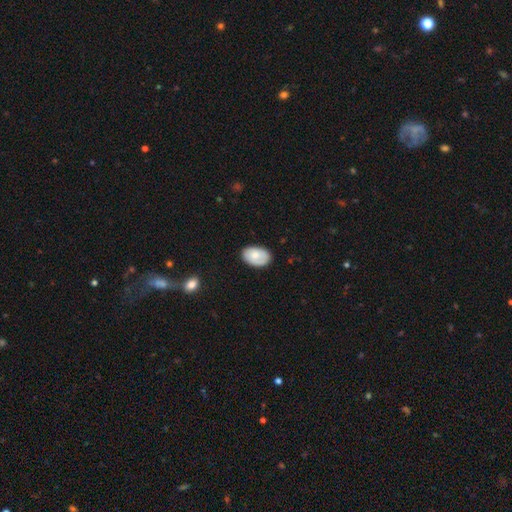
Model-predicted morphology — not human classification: Overall: smooth (76%). How rounded: in between (90%). Merging: none (80%).